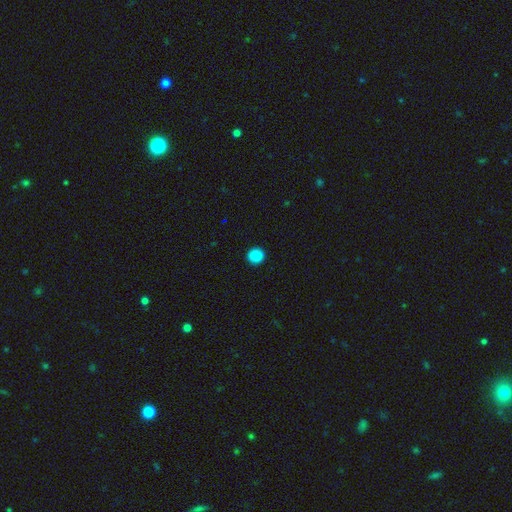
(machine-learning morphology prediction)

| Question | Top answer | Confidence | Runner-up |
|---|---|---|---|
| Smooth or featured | smooth | 88% | star or artifact (10%) |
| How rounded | round | 93% | in between (6%) |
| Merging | none | 93% | minor disturbance (4%) |